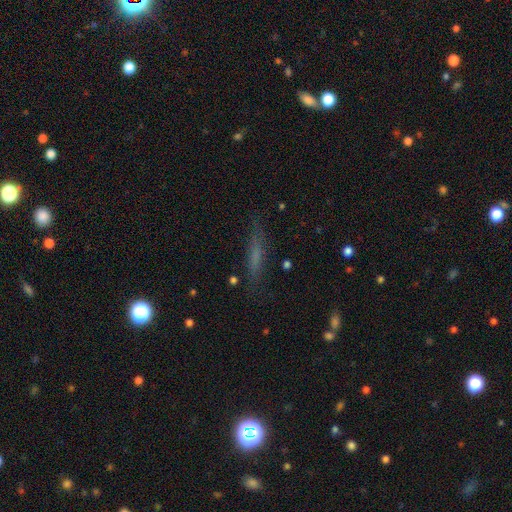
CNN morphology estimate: A smooth galaxy with no disk features (53%) that is cigar-shaped (83%). Merging: none (79%).